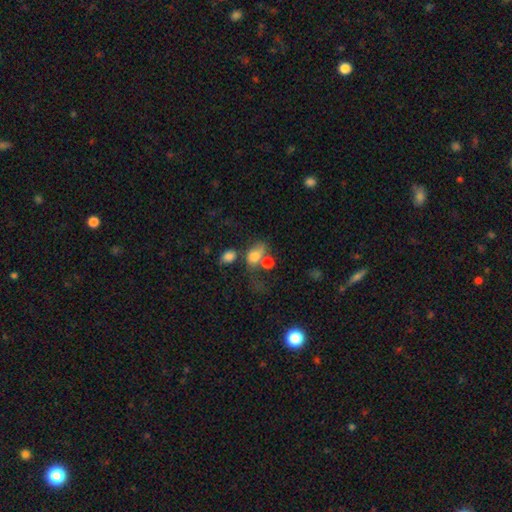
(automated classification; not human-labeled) Overall: smooth (72%). How rounded: in between (67%; round 31%). Merging: merger (40%; none 29%).